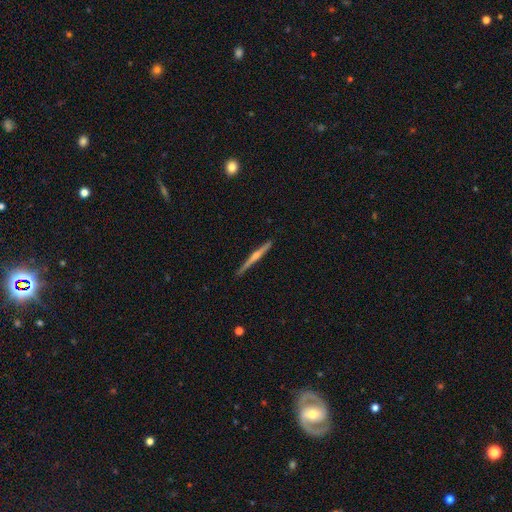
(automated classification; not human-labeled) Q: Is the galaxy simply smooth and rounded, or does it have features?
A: featured or disk — 76%.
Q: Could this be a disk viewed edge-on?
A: yes — 98%.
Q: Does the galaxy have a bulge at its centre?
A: rounded — 78%.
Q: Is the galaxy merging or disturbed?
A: none — 90%.